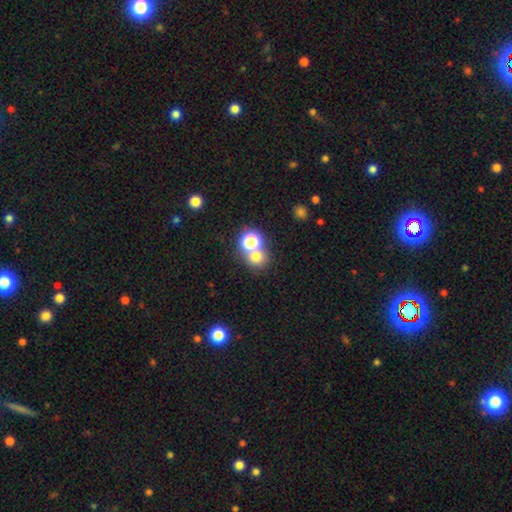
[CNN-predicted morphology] A smooth galaxy with no disk features (71%) that is round (84%). Merging: none (50%).